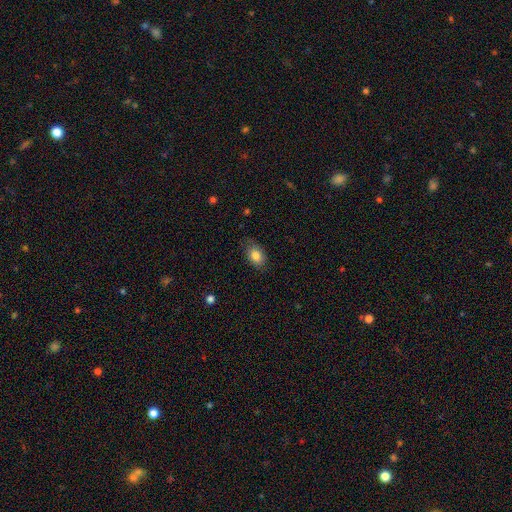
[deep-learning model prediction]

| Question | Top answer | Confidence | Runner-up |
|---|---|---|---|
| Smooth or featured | smooth | 83% | featured or disk (9%) |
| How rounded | in between | 82% | round (17%) |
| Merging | none | 76% | minor disturbance (19%) |